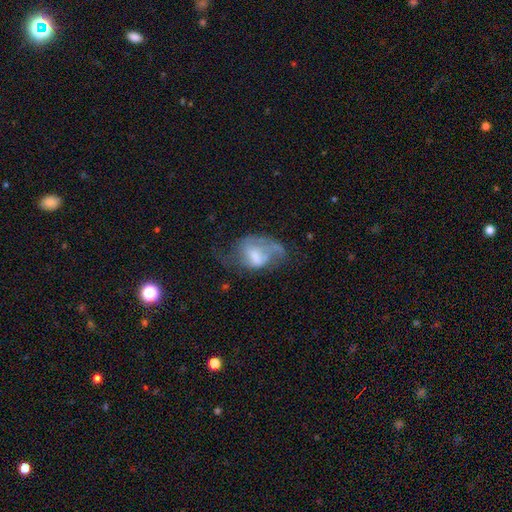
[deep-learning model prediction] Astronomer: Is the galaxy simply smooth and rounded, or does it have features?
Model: featured or disk — 57% (runner-up: smooth, 35%).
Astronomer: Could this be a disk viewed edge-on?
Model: no — 97%.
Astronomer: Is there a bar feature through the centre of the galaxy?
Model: no — 50% (runner-up: weak, 40%).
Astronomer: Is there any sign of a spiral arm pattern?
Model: yes — 66%.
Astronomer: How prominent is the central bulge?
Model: moderate — 38% (runner-up: small, 29%).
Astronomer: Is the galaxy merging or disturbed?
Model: major disturbance — 46% (runner-up: none, 27%).